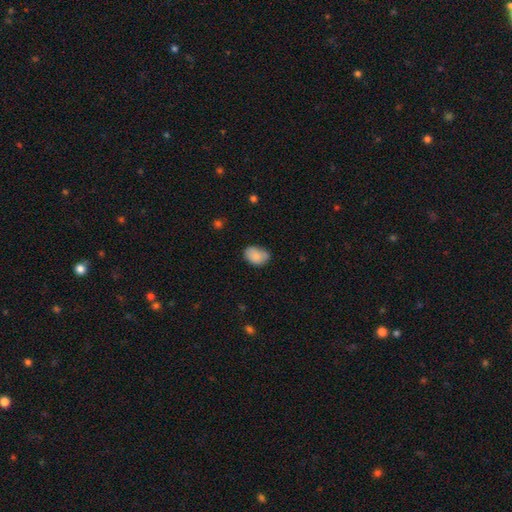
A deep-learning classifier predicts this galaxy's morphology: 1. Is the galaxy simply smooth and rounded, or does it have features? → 85% smooth, 8% featured or disk, 7% star or artifact.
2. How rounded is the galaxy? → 78% in between, 21% round, 1% cigar-shaped.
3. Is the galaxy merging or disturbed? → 63% none, 30% minor disturbance, 5% major disturbance, 2% merger.